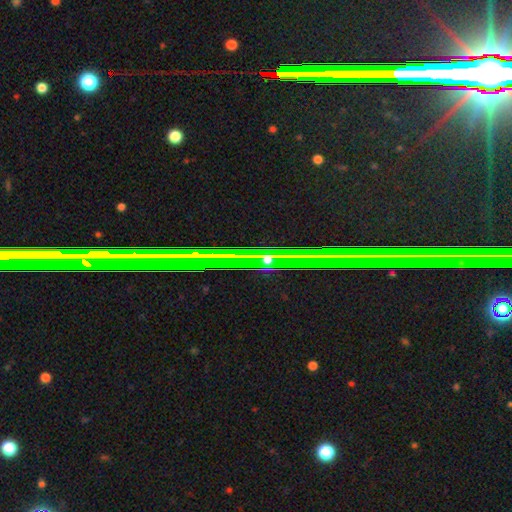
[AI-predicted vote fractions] Smooth or featured?
  - star or artifact: 78% *
  - featured or disk: 14%
  - smooth: 8%